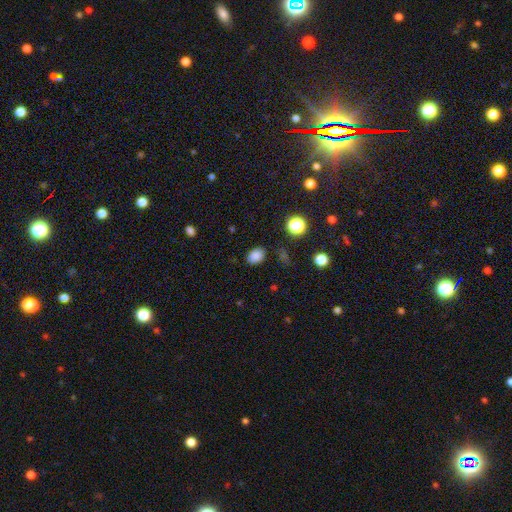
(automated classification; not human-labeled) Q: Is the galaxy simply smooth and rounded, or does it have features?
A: smooth — 83%.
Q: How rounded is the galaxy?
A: in between — 75%.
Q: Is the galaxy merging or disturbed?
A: none — 85%.